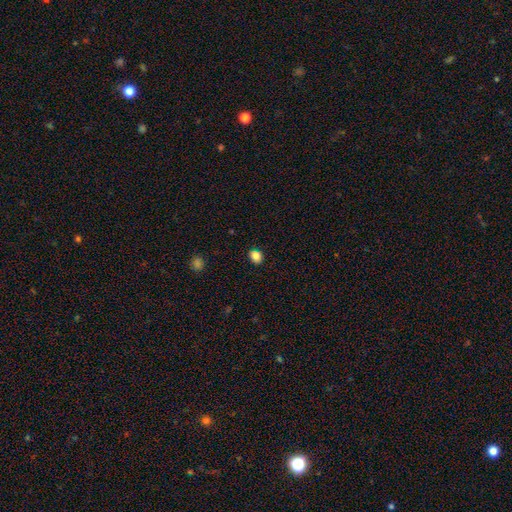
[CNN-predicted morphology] A smooth galaxy with no disk features (84%) that is in between round and cigar-shaped (51%). Merging: none (87%).